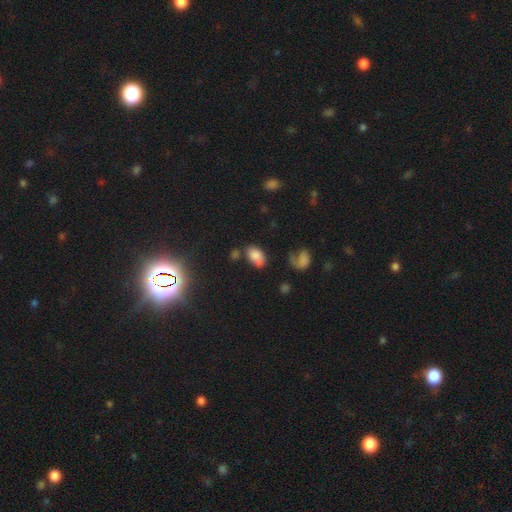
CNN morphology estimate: The model was most divided on "merging": none: 52%, minor disturbance: 23%, major disturbance: 13%, merger: 12%. More confident: how rounded — in between (90%); smooth or featured — smooth (77%).